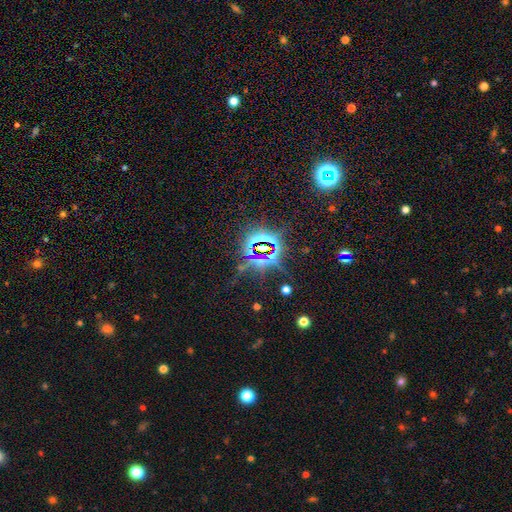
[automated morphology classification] type=star or artifact (83%).